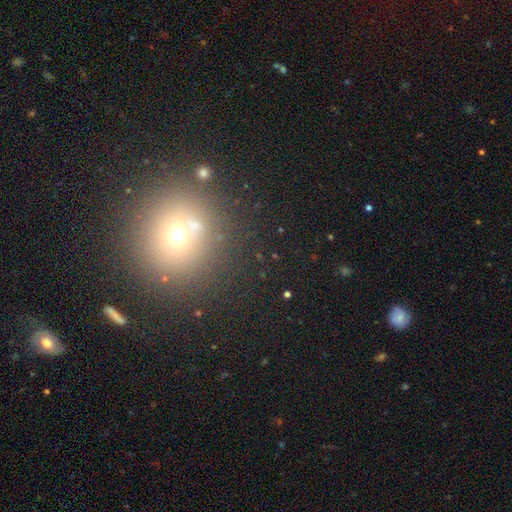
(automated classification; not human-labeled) Smooth or featured? Predicted: smooth (p=0.53). How rounded? Predicted: round (p=0.88). Merging? Predicted: none (p=0.82).